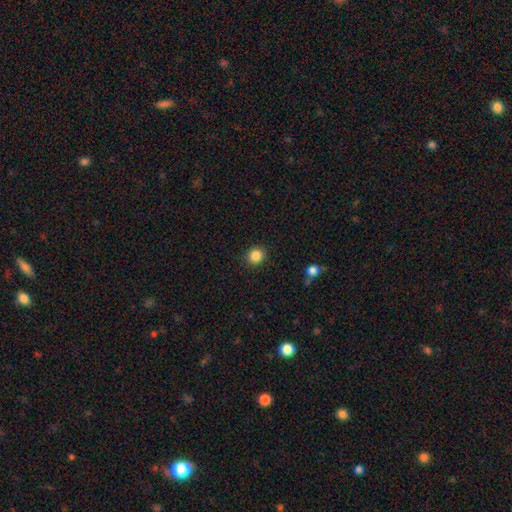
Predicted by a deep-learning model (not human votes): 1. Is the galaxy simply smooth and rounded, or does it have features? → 86% smooth, 10% star or artifact, 4% featured or disk.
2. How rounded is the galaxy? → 86% round, 13% in between, 1% cigar-shaped.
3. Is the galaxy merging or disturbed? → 91% none, 6% minor disturbance, 2% major disturbance, 1% merger.